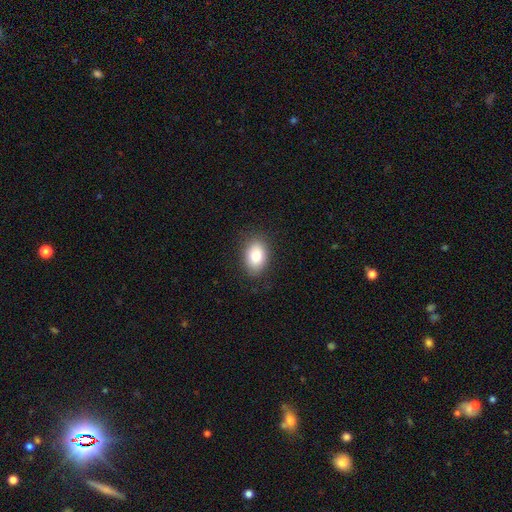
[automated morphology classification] smooth-or-featured: smooth: 81% | featured or disk: 11% | star or artifact: 8%
  how-rounded: in between: 82% | round: 17% | cigar-shaped: 1%
  merging: none: 86% | minor disturbance: 11% | major disturbance: 3% | merger: 1%